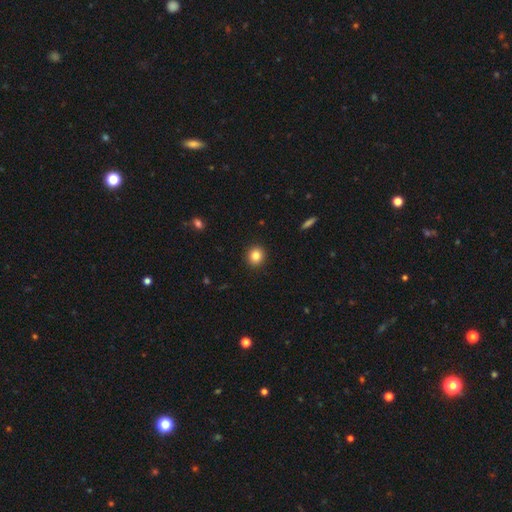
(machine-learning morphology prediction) smooth_or_featured: smooth (p=0.84) [alt: star or artifact p=0.10]
how_rounded: round (p=0.89) [alt: in between p=0.10]
merging: none (p=0.92) [alt: minor disturbance p=0.05]